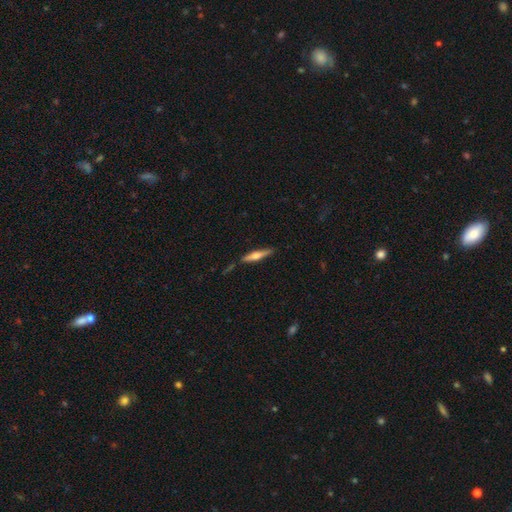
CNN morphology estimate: smooth-or-featured: featured or disk: 55% | smooth: 39% | star or artifact: 6%
  disk-edge-on: yes: 96% | no: 4%
    edge-on-bulge: rounded: 88% | boxy: 6% | none: 6%
  merging: none: 84% | minor disturbance: 10% | merger: 3% | major disturbance: 2%